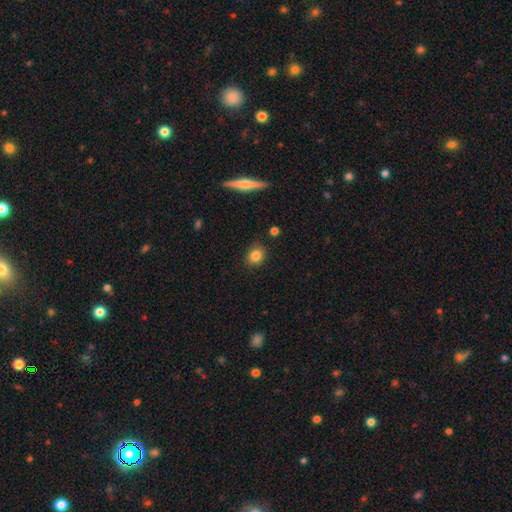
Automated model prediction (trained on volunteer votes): smooth_or_featured: smooth (p=0.84) [alt: star or artifact p=0.10]
how_rounded: round (p=0.66) [alt: in between p=0.33]
merging: none (p=0.86) [alt: minor disturbance p=0.10]